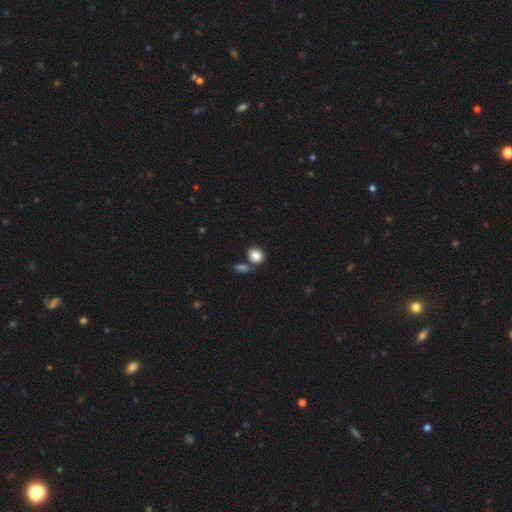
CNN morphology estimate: Smooth or featured? Predicted: smooth (p=0.85). How rounded? Predicted: round (p=0.63). Merging? Predicted: none (p=0.70).